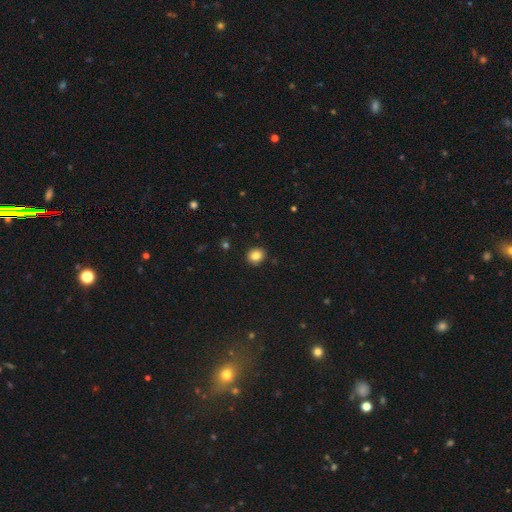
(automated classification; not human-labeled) Overall: smooth (84%). How rounded: round (73%). Merging: none (90%).